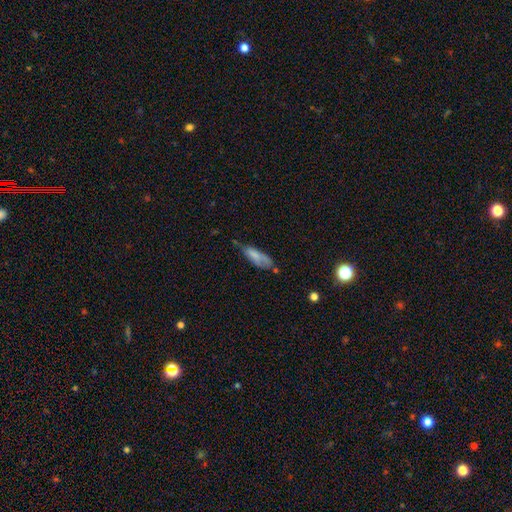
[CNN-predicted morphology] smooth_or_featured: smooth (p=0.69) [alt: featured or disk p=0.23]
how_rounded: in between (p=0.60) [alt: cigar-shaped p=0.38]
merging: none (p=0.40) [alt: minor disturbance p=0.37]